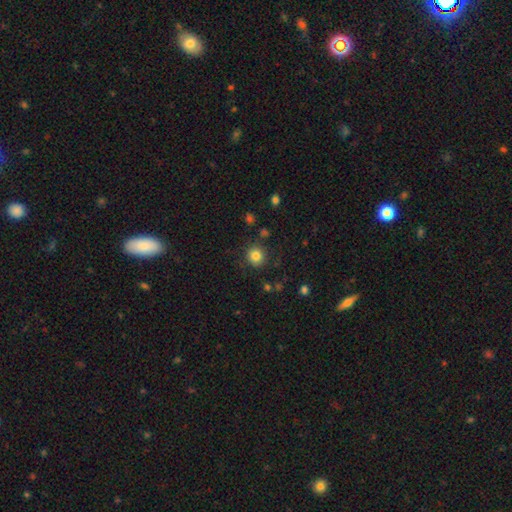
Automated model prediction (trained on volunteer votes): Q: Smooth or featured?
A: smooth (83%); runner-up: star or artifact (11%)
Q: How rounded?
A: round (91%); runner-up: in between (8%)
Q: Merging?
A: none (86%); runner-up: minor disturbance (8%)